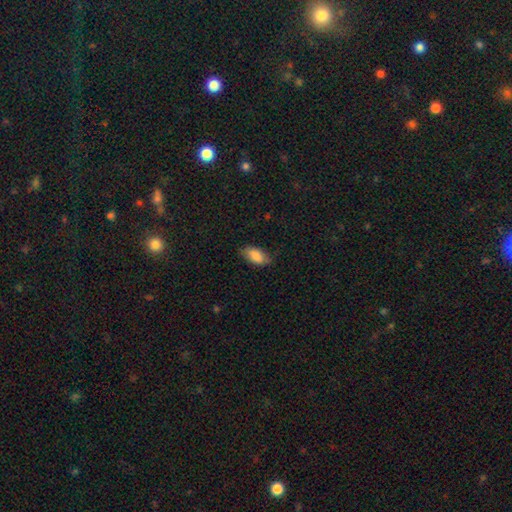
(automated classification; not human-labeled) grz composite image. It shows a smooth galaxy with no disk features (86%) that is in between round and cigar-shaped (91%). Merging: none (79%).